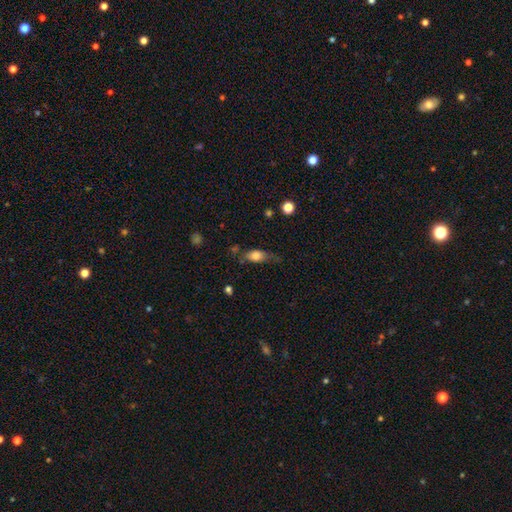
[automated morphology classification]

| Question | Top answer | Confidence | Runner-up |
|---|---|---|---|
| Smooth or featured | smooth | 74% | featured or disk (17%) |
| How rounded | in between | 81% | cigar-shaped (12%) |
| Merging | none | 46% | minor disturbance (33%) |